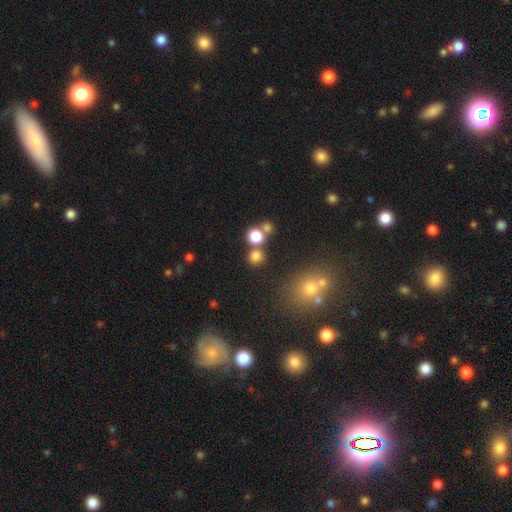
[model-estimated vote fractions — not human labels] Overall: smooth (78%). How rounded: round (87%). Merging: none (68%).